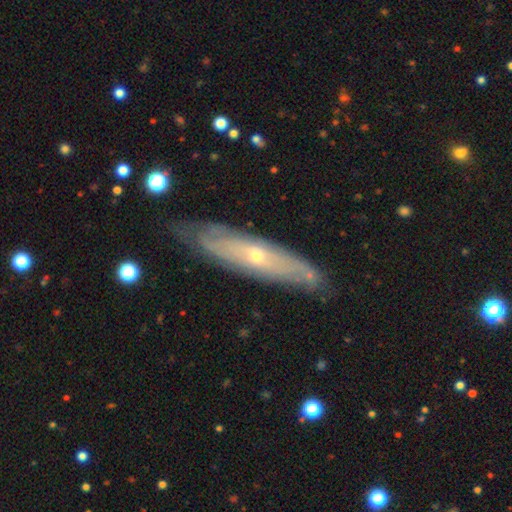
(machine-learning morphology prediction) A featured or disk galaxy (71%).

Vote fractions:
- Smooth or featured? featured or disk: 71% / smooth: 22% / star or artifact: 7%
- Edge-on disk? no: 54% / yes: 46%
- Merging? none: 77% / minor disturbance: 17% / major disturbance: 4% / merger: 2%